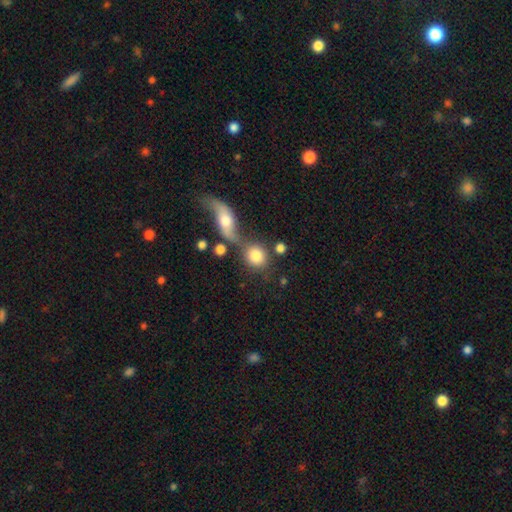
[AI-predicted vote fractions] smooth_or_featured: smooth (p=0.80) [alt: featured or disk p=0.12]
how_rounded: round (p=0.75) [alt: in between p=0.22]
merging: none (p=0.49) [alt: merger p=0.33]